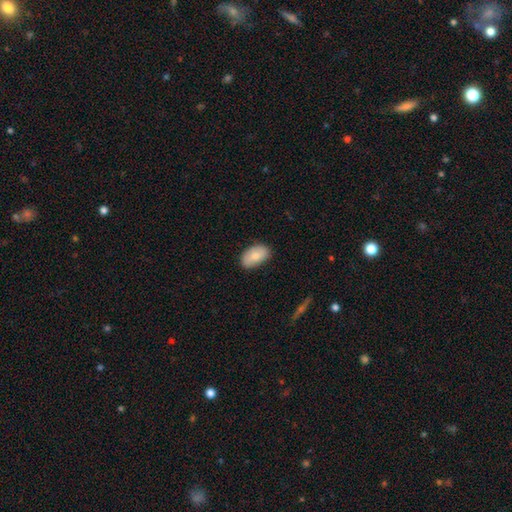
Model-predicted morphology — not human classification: Smooth or featured? smooth (75%)
How rounded? in between (92%)
Merging? none (80%)